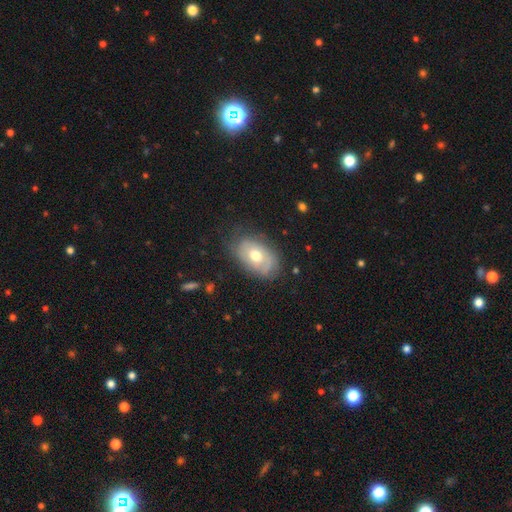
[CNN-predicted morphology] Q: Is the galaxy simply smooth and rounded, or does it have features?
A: featured or disk — 49%.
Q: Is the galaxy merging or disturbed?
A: none — 68%.